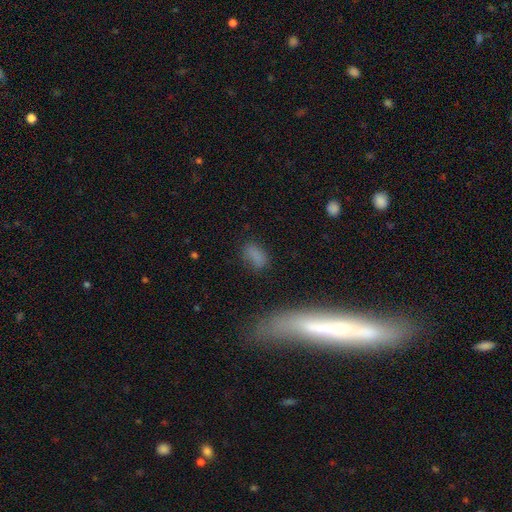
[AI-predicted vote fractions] A smooth galaxy with no disk features (76%) that is in between round and cigar-shaped (86%). Merging: none (67%).